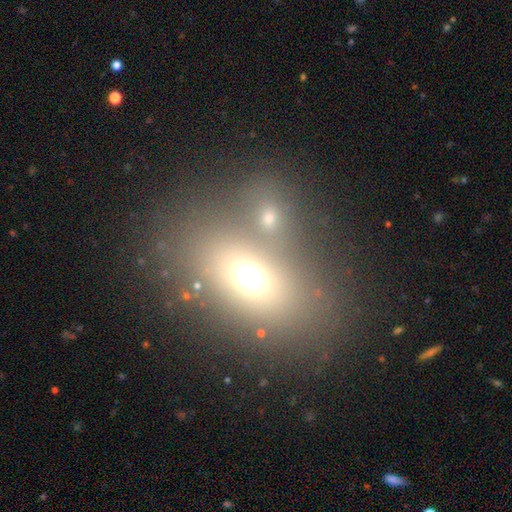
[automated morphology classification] smooth 57%, featured or disk 22%, star or artifact 21%. Down the decision tree: how rounded — in between (73%); merging — none (51%).